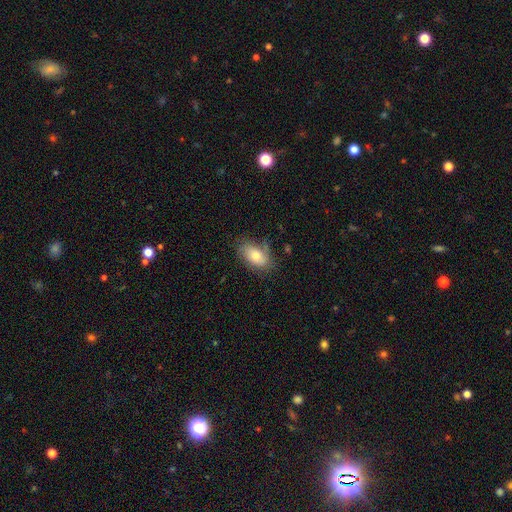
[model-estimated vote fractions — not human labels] smooth-or-featured: smooth: 71% | featured or disk: 22% | star or artifact: 8%
  how-rounded: in between: 91% | round: 7% | cigar-shaped: 2%
  merging: none: 66% | minor disturbance: 24% | major disturbance: 8% | merger: 3%